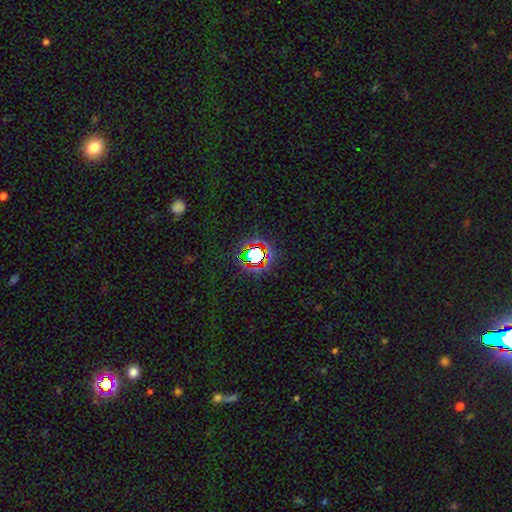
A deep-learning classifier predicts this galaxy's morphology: smooth_or_featured: star or artifact (p=0.68) [alt: smooth p=0.21]